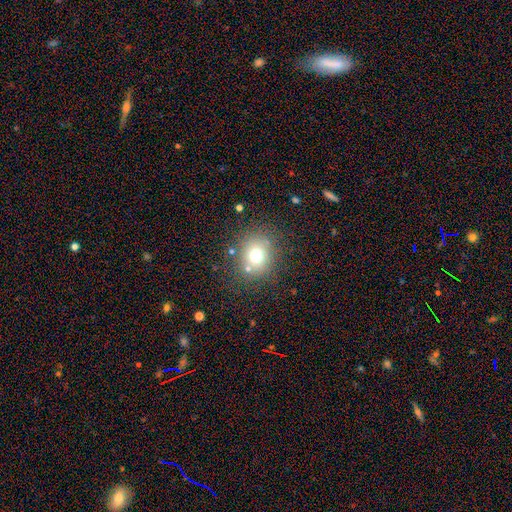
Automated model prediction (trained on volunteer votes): Overall: smooth (70%). How rounded: round (78%). Merging: none (77%).